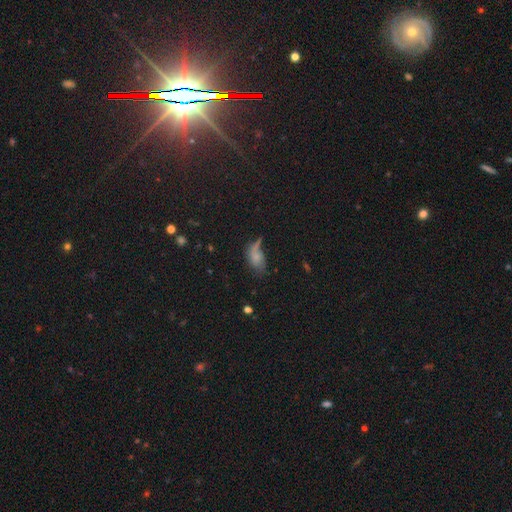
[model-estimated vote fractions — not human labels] Morphology: type=smooth (65%); roundness=in between (86%); merging=none (35%).